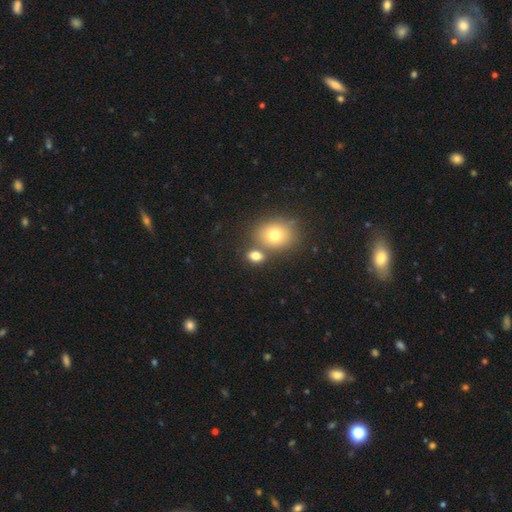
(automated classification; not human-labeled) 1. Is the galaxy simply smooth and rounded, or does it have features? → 77% smooth, 13% star or artifact, 10% featured or disk.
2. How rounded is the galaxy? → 60% in between, 38% round, 2% cigar-shaped.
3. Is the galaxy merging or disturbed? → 61% none, 24% merger, 11% minor disturbance, 4% major disturbance.